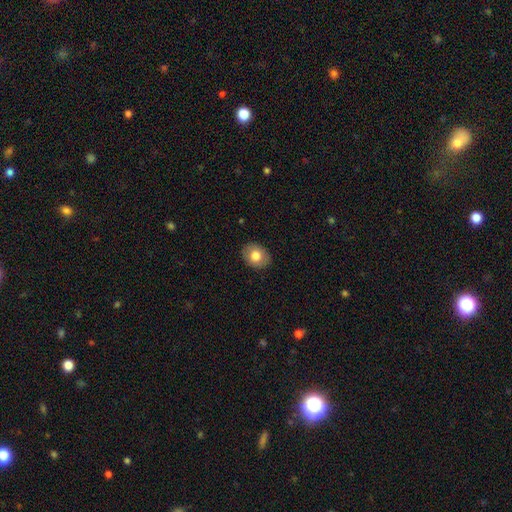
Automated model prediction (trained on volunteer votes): Q: Smooth or featured?
A: smooth (79%); runner-up: featured or disk (13%)
Q: How rounded?
A: in between (55%); runner-up: round (44%)
Q: Merging?
A: none (88%); runner-up: minor disturbance (9%)